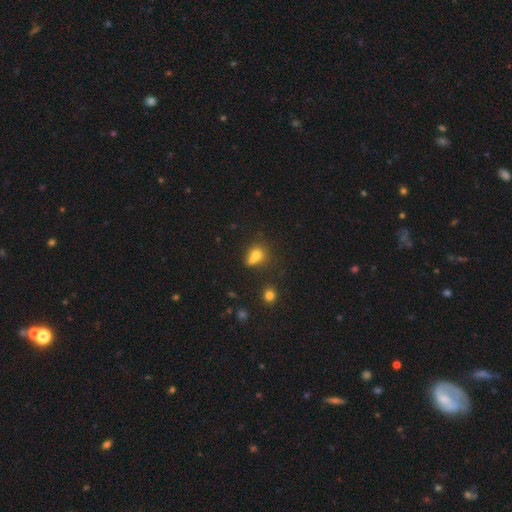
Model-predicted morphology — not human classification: type=smooth (71%); roundness=round (65%); merging=merger (48%).